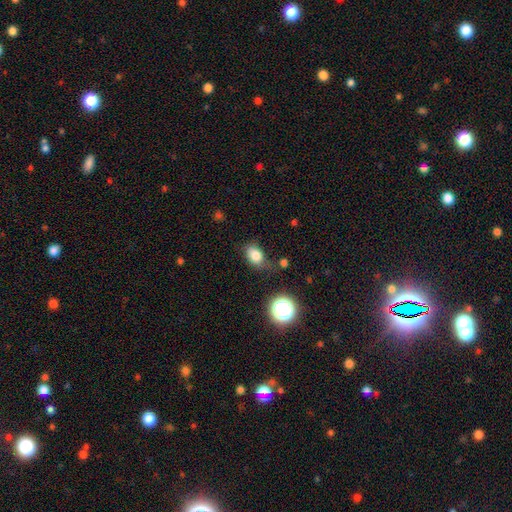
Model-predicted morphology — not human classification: Smooth or featured? smooth (80%)
How rounded? in between (74%)
Merging? none (59%)